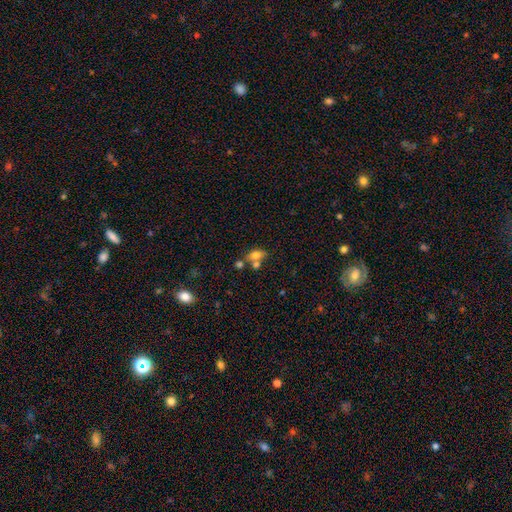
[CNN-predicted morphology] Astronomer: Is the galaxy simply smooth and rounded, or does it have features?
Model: smooth — 71%.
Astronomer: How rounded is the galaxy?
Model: in between — 76%.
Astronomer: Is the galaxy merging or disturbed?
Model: none — 44% (runner-up: merger, 38%).